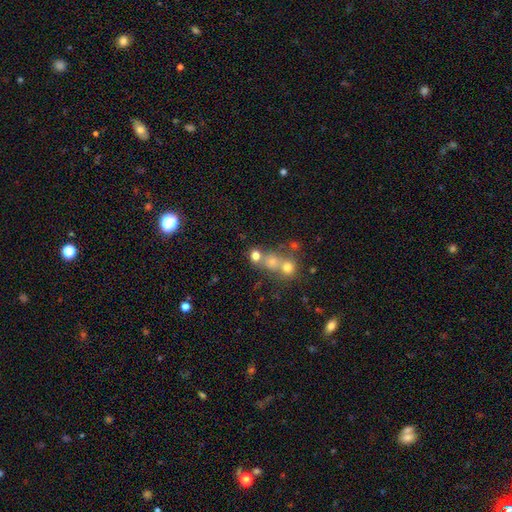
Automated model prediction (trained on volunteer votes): smooth 70%, star or artifact 18%, featured or disk 12%. Down the decision tree: how rounded — round (77%); merging — none (48%).